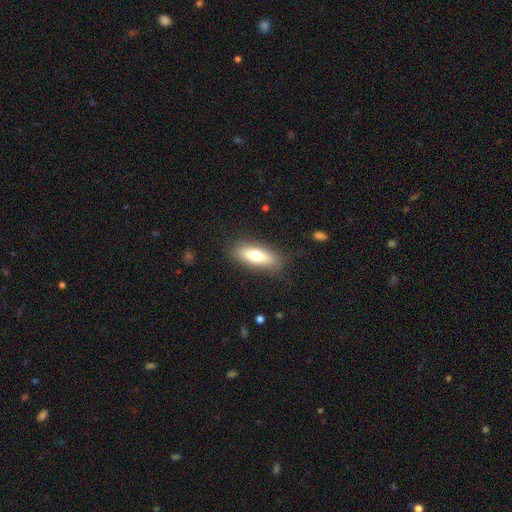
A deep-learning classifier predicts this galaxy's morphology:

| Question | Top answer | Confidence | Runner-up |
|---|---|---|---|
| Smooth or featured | smooth | 69% | featured or disk (24%) |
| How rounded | in between | 59% | cigar-shaped (38%) |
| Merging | none | 83% | minor disturbance (12%) |